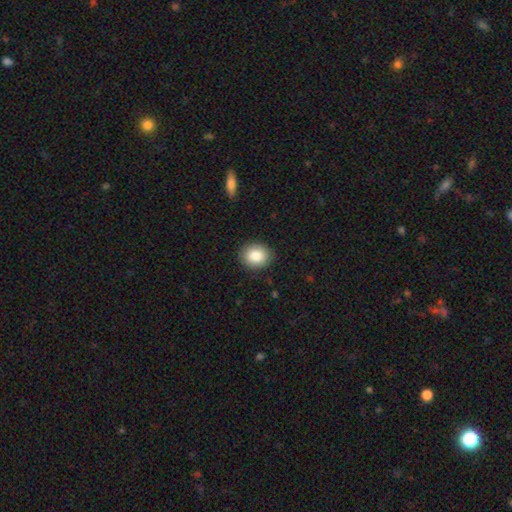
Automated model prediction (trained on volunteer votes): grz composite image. It shows a smooth galaxy with no disk features (85%) that is round (67%). Merging: none (89%).